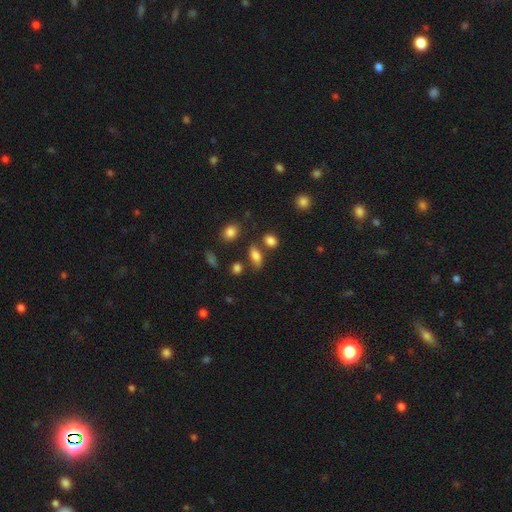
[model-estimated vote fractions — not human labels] This is likely a smooth galaxy (78%). How rounded: likely in between (77%). Merging: likely none (69%).